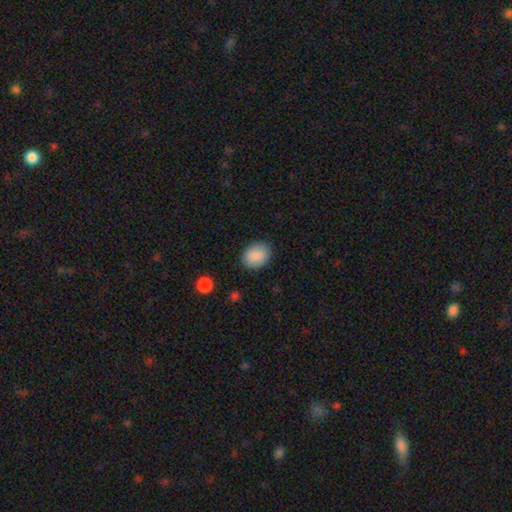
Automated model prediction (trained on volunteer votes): A smooth galaxy with no disk features (89%) that is in between round and cigar-shaped (63%).

Vote fractions:
- Smooth or featured? smooth: 89% / star or artifact: 7% / featured or disk: 4%
- How rounded? in between: 63% / round: 36% / cigar-shaped: 1%
- Merging? none: 87% / minor disturbance: 9% / major disturbance: 2% / merger: 1%